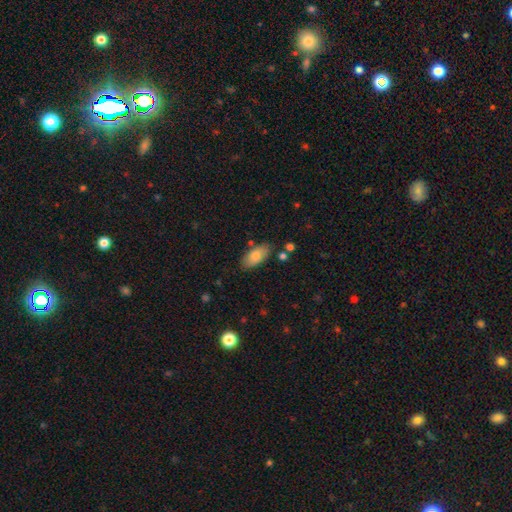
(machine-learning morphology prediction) type=smooth (79%); roundness=in between (91%); merging=none (80%).